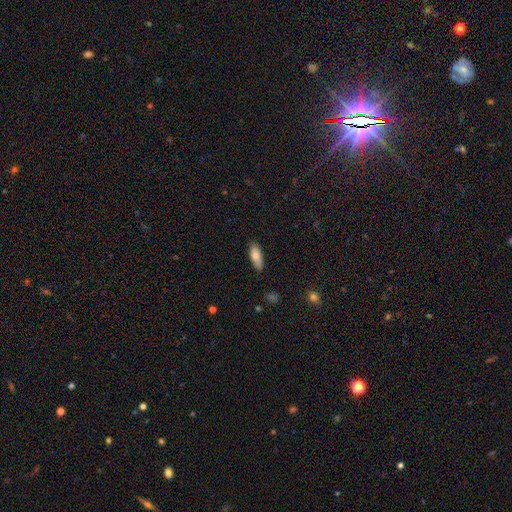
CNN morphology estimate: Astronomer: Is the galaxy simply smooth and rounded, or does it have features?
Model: smooth — 80%.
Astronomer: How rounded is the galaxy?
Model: in between — 72%.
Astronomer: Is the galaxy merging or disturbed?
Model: none — 84%.